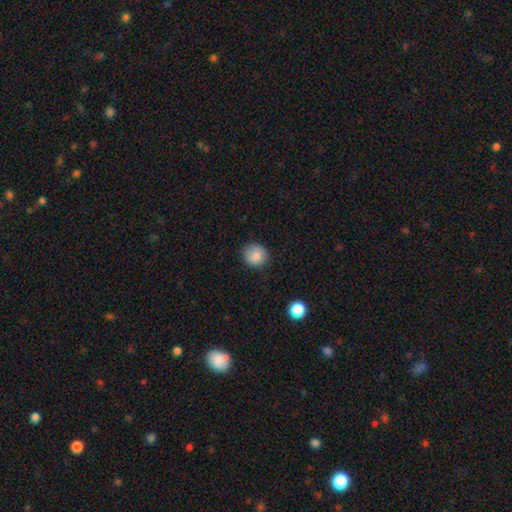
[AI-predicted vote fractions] Smooth or featured?
  - smooth: 85% *
  - star or artifact: 9%
  - featured or disk: 6%
How rounded?
  - round: 89% *
  - in between: 10%
  - cigar-shaped: 1%
Merging?
  - none: 87% *
  - minor disturbance: 10%
  - major disturbance: 2%
  - merger: 1%